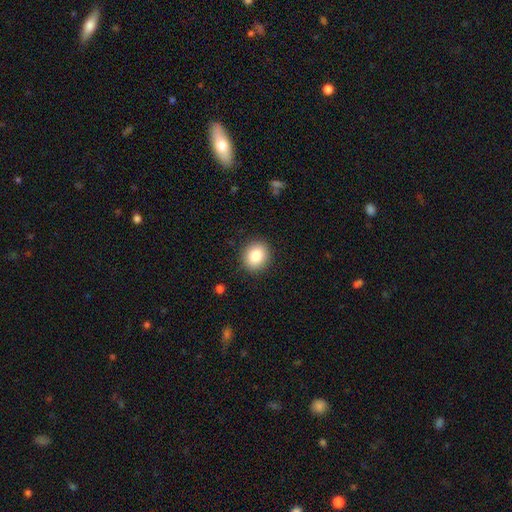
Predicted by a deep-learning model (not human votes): This appears to be a smooth galaxy with no disk features (84%) that is round (70%). Merging: none (90%).